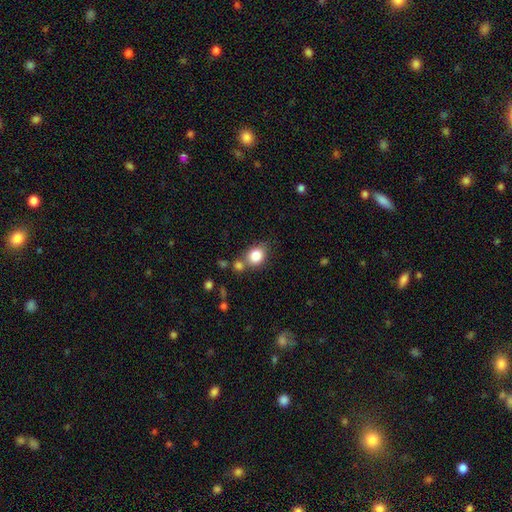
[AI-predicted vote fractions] Smooth or featured?
  - smooth: 83% *
  - star or artifact: 10%
  - featured or disk: 8%
How rounded?
  - round: 61% *
  - in between: 38%
  - cigar-shaped: 1%
Merging?
  - none: 62% *
  - merger: 19%
  - minor disturbance: 15%
  - major disturbance: 5%